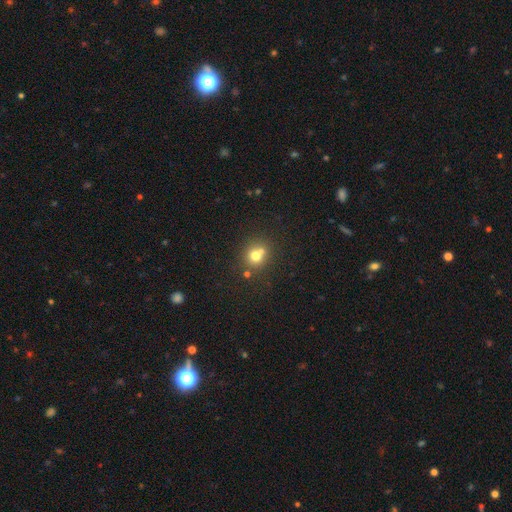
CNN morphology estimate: Smooth or featured? Predicted: smooth (p=0.71). How rounded? Predicted: round (p=0.81). Merging? Predicted: none (p=0.51).